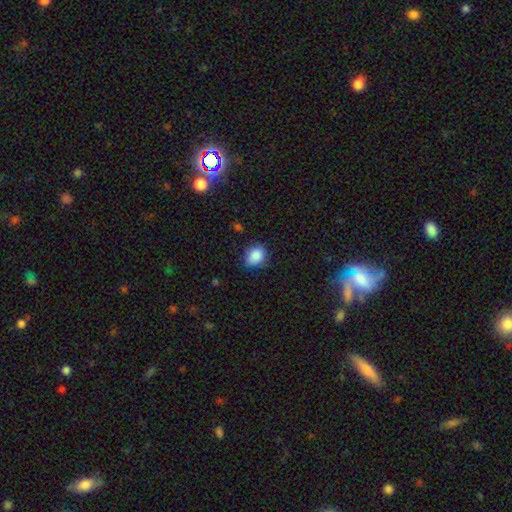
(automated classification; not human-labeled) This is clearly a smooth galaxy (86%). How rounded: possibly round (55%). Merging: likely none (71%).